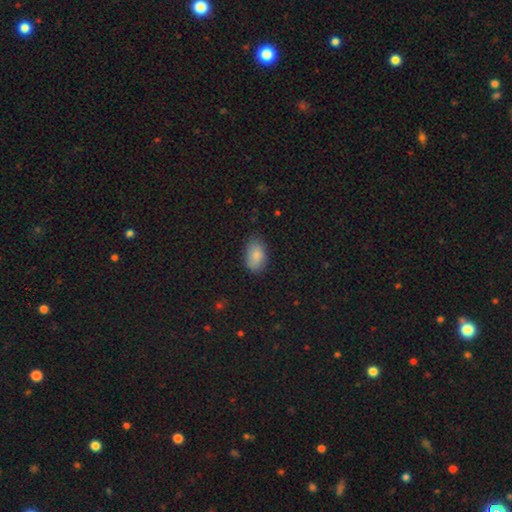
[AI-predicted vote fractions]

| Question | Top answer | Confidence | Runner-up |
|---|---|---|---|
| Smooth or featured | smooth | 86% | star or artifact (7%) |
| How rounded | in between | 91% | round (8%) |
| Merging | none | 76% | minor disturbance (19%) |